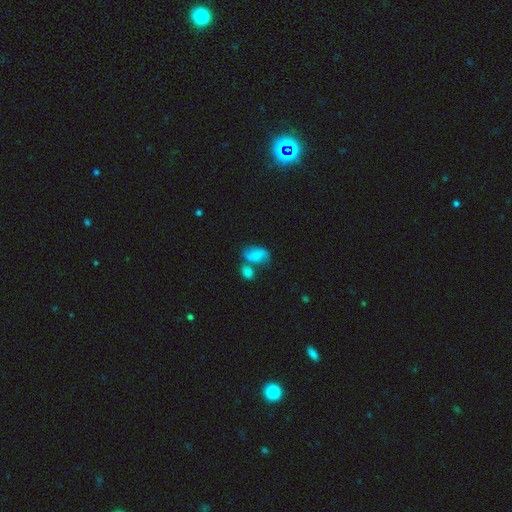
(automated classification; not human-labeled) Smooth or featured? smooth (58%)
How rounded? in between (85%)
Merging? merger (40%)